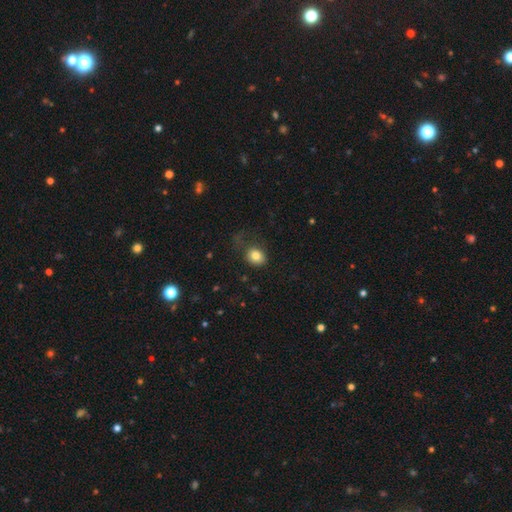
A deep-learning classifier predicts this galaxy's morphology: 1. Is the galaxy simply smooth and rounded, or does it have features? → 80% smooth, 11% star or artifact, 9% featured or disk.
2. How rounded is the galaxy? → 58% round, 41% in between, 1% cigar-shaped.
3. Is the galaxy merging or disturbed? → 59% none, 21% minor disturbance, 17% major disturbance, 2% merger.